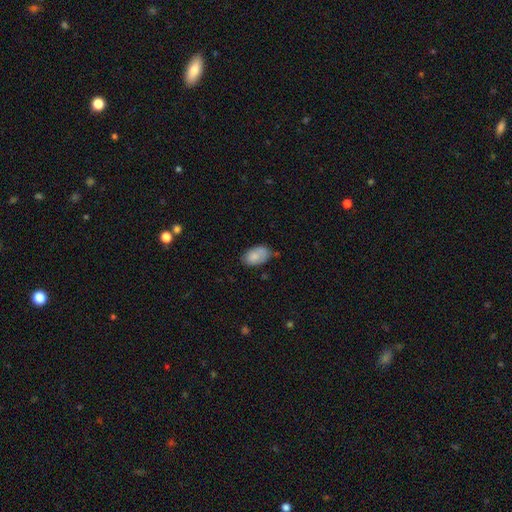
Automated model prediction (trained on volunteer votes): A smooth galaxy with no disk features (78%) that is in between round and cigar-shaped (91%).

Vote fractions:
- Smooth or featured? smooth: 78% / featured or disk: 15% / star or artifact: 7%
- How rounded? in between: 91% / round: 7% / cigar-shaped: 1%
- Merging? none: 60% / minor disturbance: 28% / major disturbance: 7% / merger: 5%